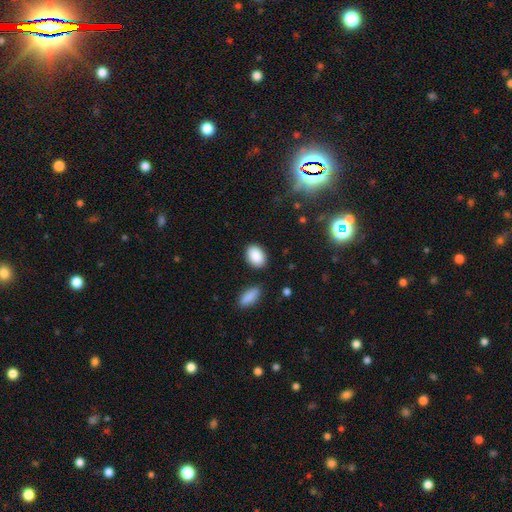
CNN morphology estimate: Smooth or featured?
  - smooth: 89% *
  - star or artifact: 7%
  - featured or disk: 4%
How rounded?
  - in between: 85% *
  - round: 14%
  - cigar-shaped: 1%
Merging?
  - none: 83% *
  - minor disturbance: 11%
  - merger: 3%
  - major disturbance: 3%